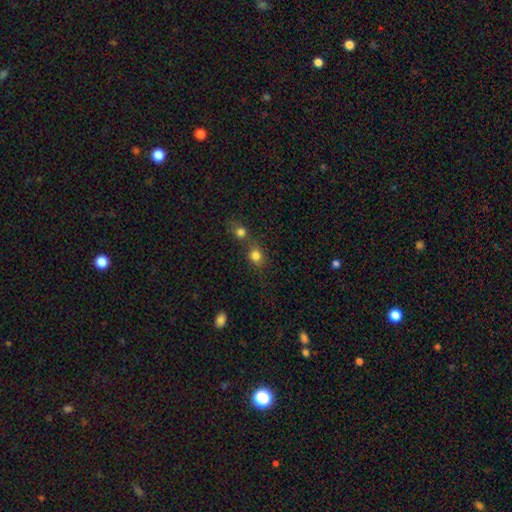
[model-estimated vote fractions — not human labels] Morphology: type=smooth (81%); roundness=round (72%); merging=merger (45%).